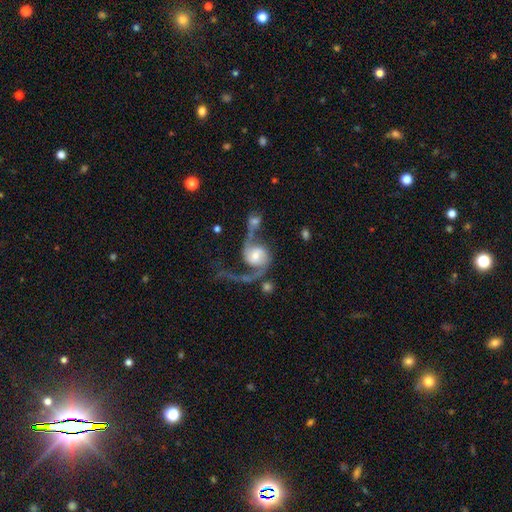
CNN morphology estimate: Smooth or featured? featured or disk (86%)
Edge-on disk? no (97%)
Bar? no (55%)
Spiral arms? yes (96%)
Spiral winding? loose (63%)
Spiral arm count? 2 (86%)
Bulge size? moderate (52%)
Merging? none (37%)